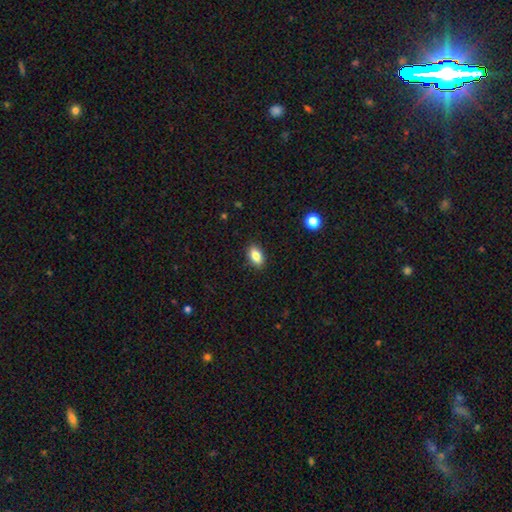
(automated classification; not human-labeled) The model was most divided on "smooth or featured": smooth: 84%, star or artifact: 8%, featured or disk: 8%. More confident: how rounded — in between (90%); merging — none (89%).